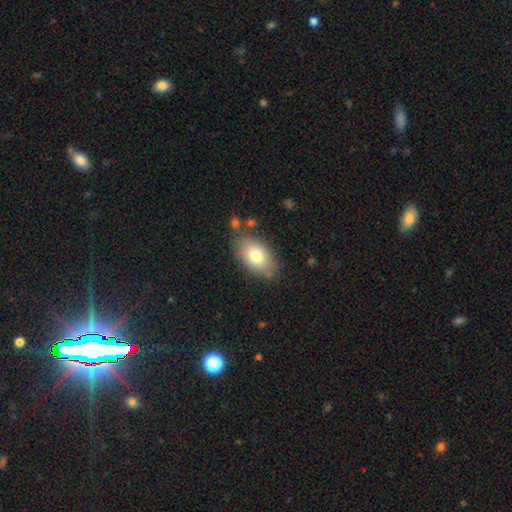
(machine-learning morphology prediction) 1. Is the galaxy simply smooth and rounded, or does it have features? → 77% smooth, 16% featured or disk, 7% star or artifact.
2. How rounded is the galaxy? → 90% in between, 8% round, 2% cigar-shaped.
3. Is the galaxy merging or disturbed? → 76% none, 16% minor disturbance, 4% major disturbance, 4% merger.